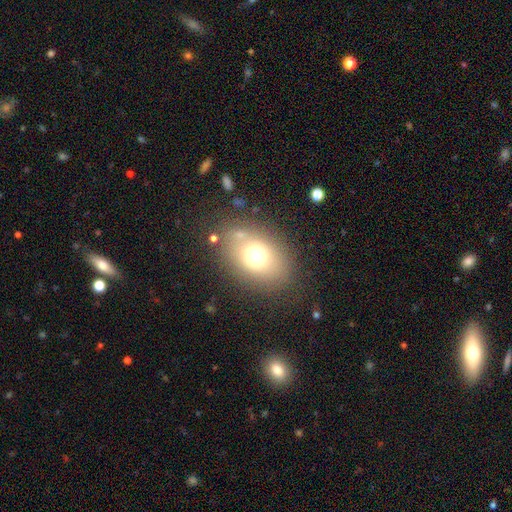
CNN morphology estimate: Smooth or featured? Predicted: smooth (p=0.71). How rounded? Predicted: in between (p=0.72). Merging? Predicted: none (p=0.78).